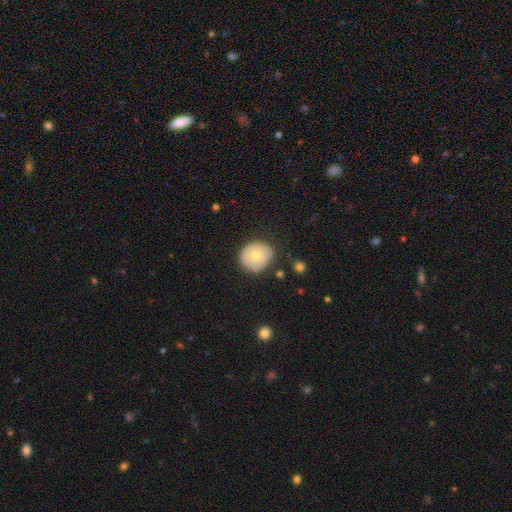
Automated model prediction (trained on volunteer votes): This appears to be a smooth galaxy with no disk features (63%) that is round (82%). Merging: none (76%).